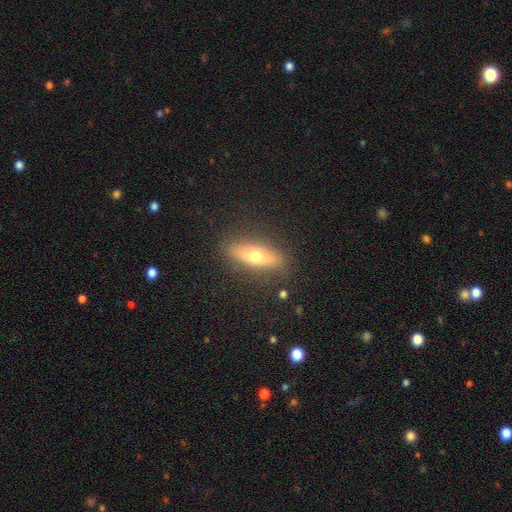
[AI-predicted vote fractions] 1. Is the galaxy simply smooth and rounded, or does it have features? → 55% smooth, 38% featured or disk, 7% star or artifact.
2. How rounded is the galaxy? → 56% cigar-shaped, 41% in between, 3% round.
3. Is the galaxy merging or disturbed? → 86% none, 10% minor disturbance, 3% major disturbance, 1% merger.